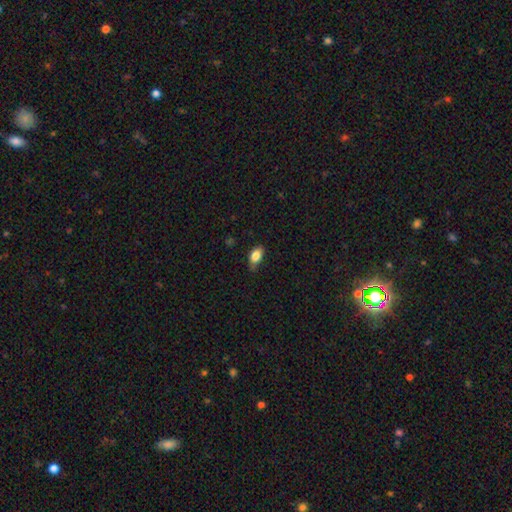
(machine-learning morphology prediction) This is clearly a smooth galaxy (84%). How rounded: clearly in between (88%). Merging: likely none (67%).